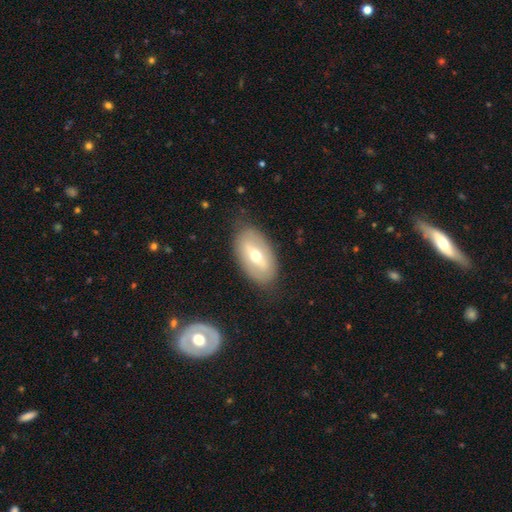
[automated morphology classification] This is possibly a featured or disk galaxy (52%). It is clearly not viewed edge-on (86%). Merging: clearly none (81%).